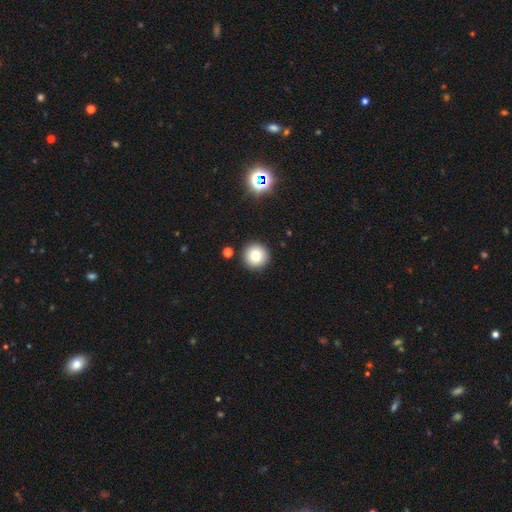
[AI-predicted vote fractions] Smooth or featured?
  - smooth: 76% *
  - star or artifact: 13%
  - featured or disk: 11%
How rounded?
  - round: 96% *
  - in between: 3%
  - cigar-shaped: 1%
Merging?
  - none: 90% *
  - minor disturbance: 5%
  - merger: 2%
  - major disturbance: 2%